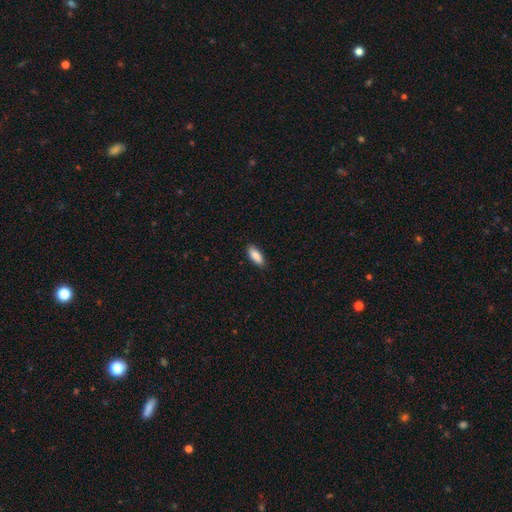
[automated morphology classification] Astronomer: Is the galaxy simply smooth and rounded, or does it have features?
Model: smooth — 88%.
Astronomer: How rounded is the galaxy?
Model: in between — 75%.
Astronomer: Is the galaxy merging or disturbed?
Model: none — 88%.